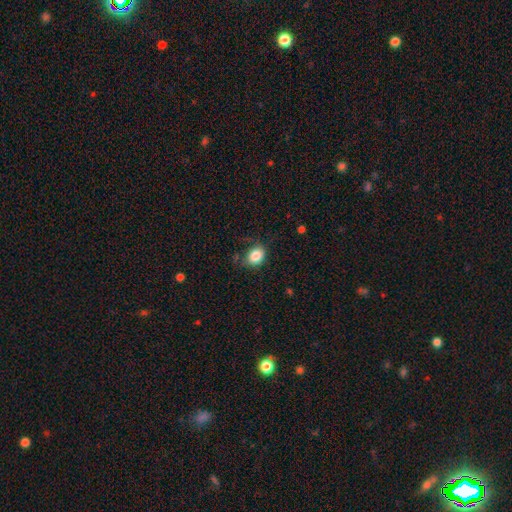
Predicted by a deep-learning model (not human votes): This is clearly a smooth galaxy (84%). How rounded: possibly in between (58%). Merging: likely none (69%).